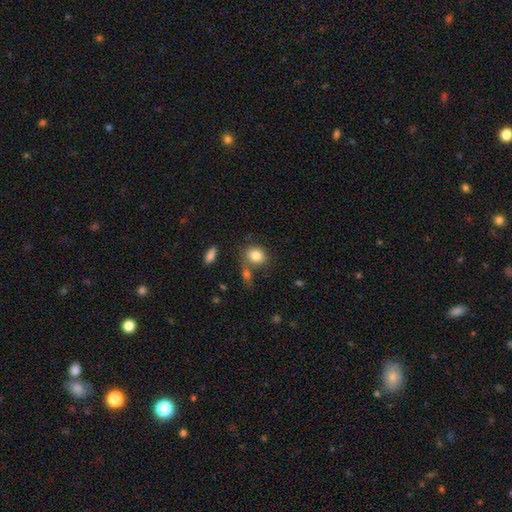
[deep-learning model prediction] Morphology: type=smooth (83%); roundness=round (61%); merging=none (63%).